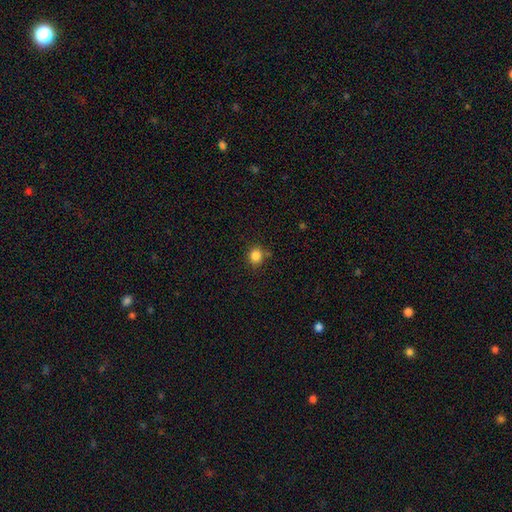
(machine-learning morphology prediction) Smooth or featured: smooth — 84% (star or artifact — 12%)
How rounded: round — 81% (in between — 18%)
Merging: none — 81% (minor disturbance — 11%)